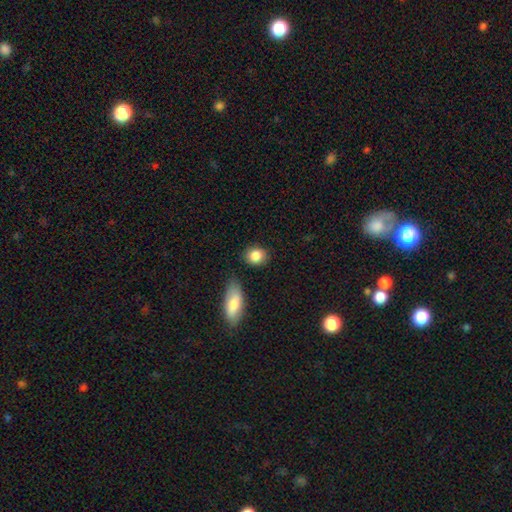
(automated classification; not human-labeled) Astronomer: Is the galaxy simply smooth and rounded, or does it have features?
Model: smooth — 86%.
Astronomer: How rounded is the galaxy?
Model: round — 56% (runner-up: in between, 42%).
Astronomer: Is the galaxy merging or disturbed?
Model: none — 79%.